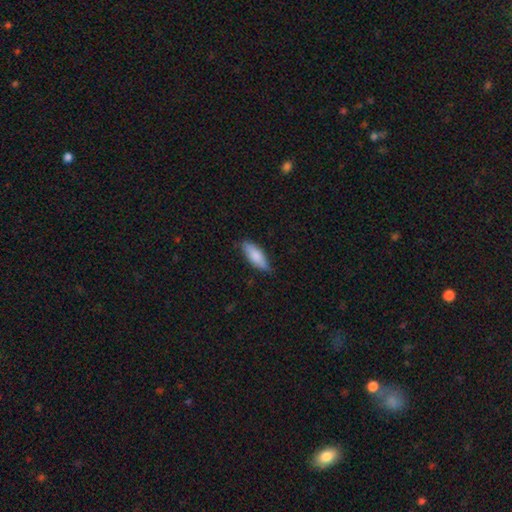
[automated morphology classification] type=smooth (81%); roundness=in between (66%); merging=none (78%).